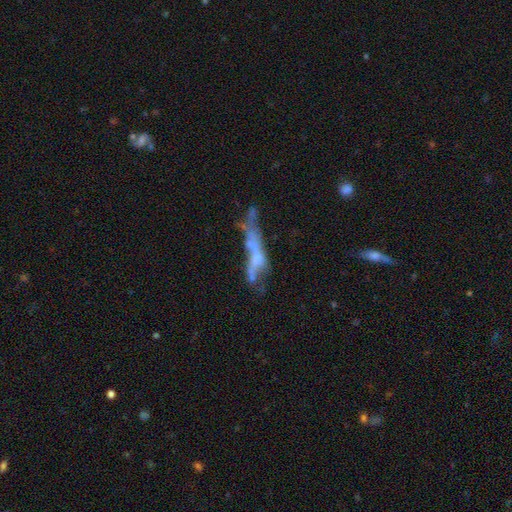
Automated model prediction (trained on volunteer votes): featured or disk 56%, smooth 29%, star or artifact 15%. Down the decision tree: edge-on disk — no (72%); merging — merger (30%).